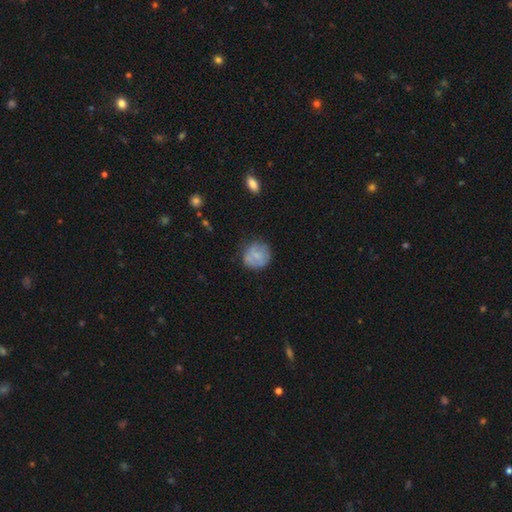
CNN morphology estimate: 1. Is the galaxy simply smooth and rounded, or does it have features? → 59% smooth, 33% featured or disk, 9% star or artifact.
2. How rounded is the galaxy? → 87% round, 12% in between, 1% cigar-shaped.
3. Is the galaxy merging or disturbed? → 67% none, 22% minor disturbance, 9% major disturbance, 3% merger.